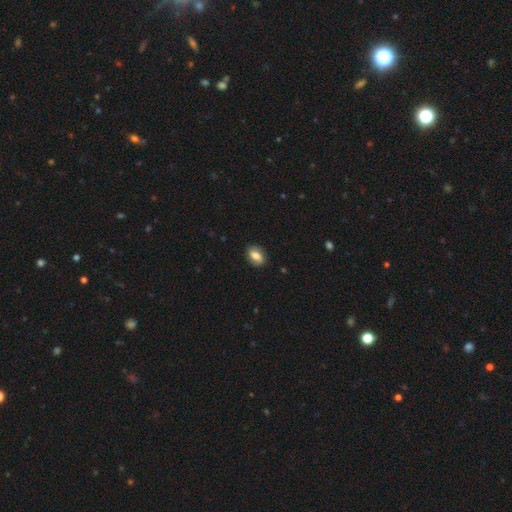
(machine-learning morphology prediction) The model was most divided on "smooth or featured": smooth: 63%, featured or disk: 28%, star or artifact: 8%. More confident: merging — none (84%); how rounded — in between (78%).